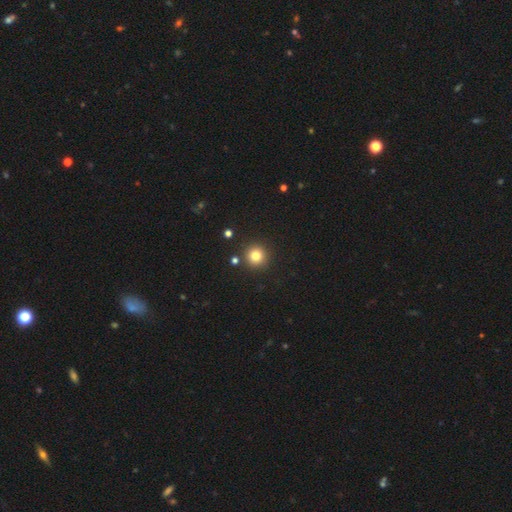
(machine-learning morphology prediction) A smooth galaxy with no disk features (80%) that is round (95%). Merging: none (88%).